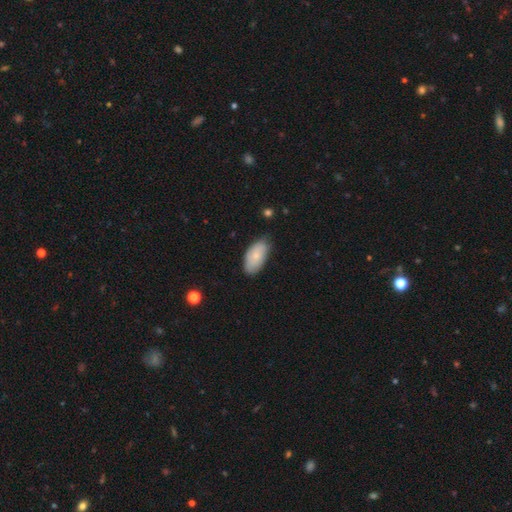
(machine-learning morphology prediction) Overall: smooth (73%). How rounded: in between (94%). Merging: none (71%).